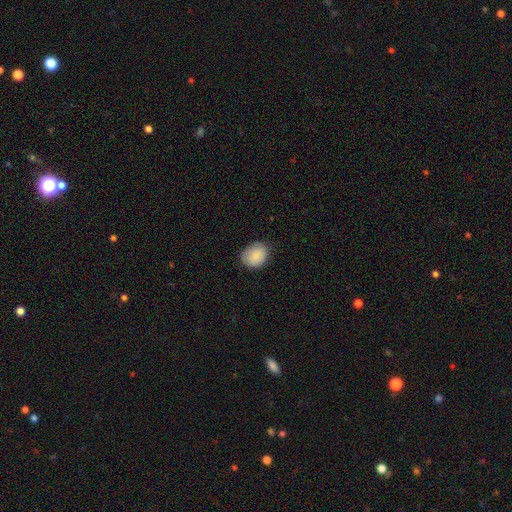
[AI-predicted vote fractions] This appears to be a smooth galaxy with no disk features (87%) that is in between round and cigar-shaped (52%). Merging: none (78%).